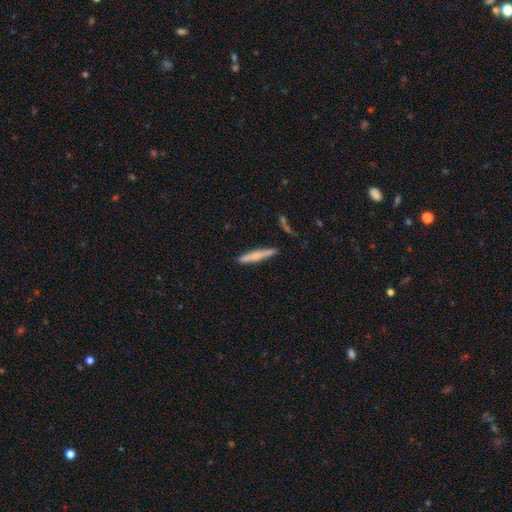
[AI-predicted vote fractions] This appears to be a smooth galaxy with no disk features (59%) that is cigar-shaped (93%). Merging: none (81%).